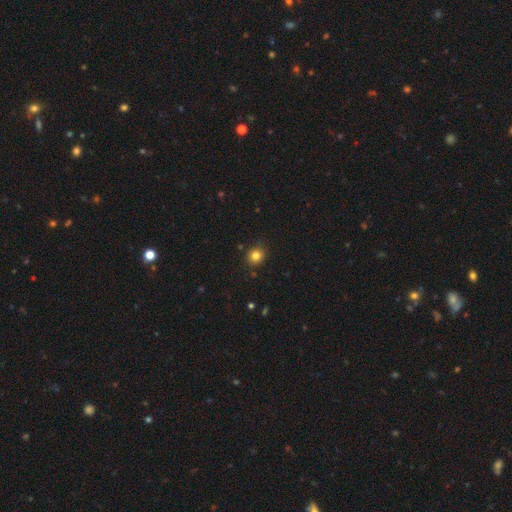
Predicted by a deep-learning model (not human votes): A smooth galaxy with no disk features (81%) that is round (86%).

Vote fractions:
- Smooth or featured? smooth: 81% / star or artifact: 13% / featured or disk: 6%
- How rounded? round: 86% / in between: 13% / cigar-shaped: 1%
- Merging? none: 88% / minor disturbance: 9% / major disturbance: 2% / merger: 2%